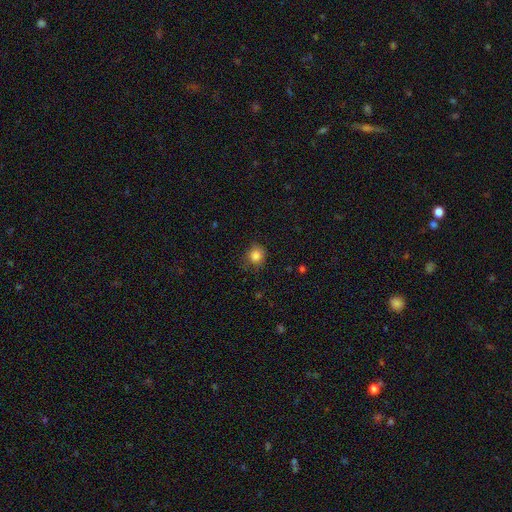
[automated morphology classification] Smooth or featured? smooth (84%)
How rounded? round (82%)
Merging? none (77%)